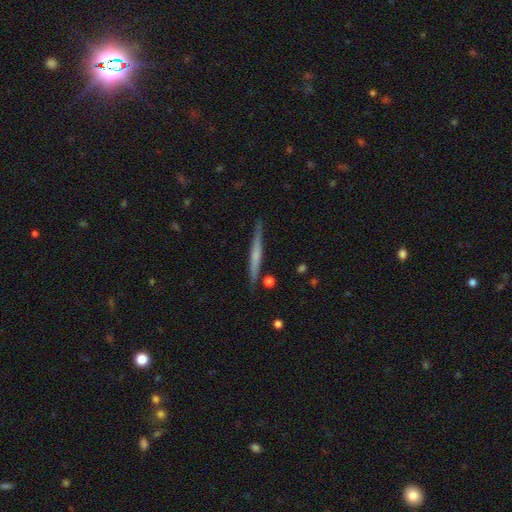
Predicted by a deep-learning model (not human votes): A featured or disk galaxy (55%) viewed edge-on (97%) with no central bulge (55%).

Vote fractions:
- Smooth or featured? featured or disk: 55% / smooth: 39% / star or artifact: 6%
- Edge-on disk? yes: 97% / no: 3%
- Edge-on bulge? none: 55% / rounded: 34% / boxy: 11%
- Merging? none: 87% / minor disturbance: 9% / merger: 2% / major disturbance: 2%